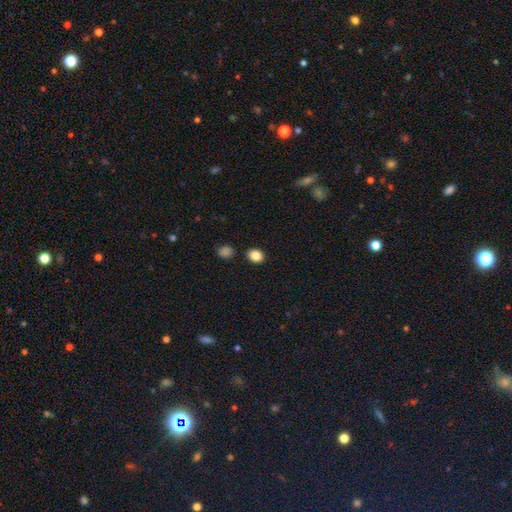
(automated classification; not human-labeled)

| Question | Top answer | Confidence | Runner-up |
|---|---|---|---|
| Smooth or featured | smooth | 85% | star or artifact (9%) |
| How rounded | in between | 60% | round (39%) |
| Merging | none | 85% | minor disturbance (9%) |